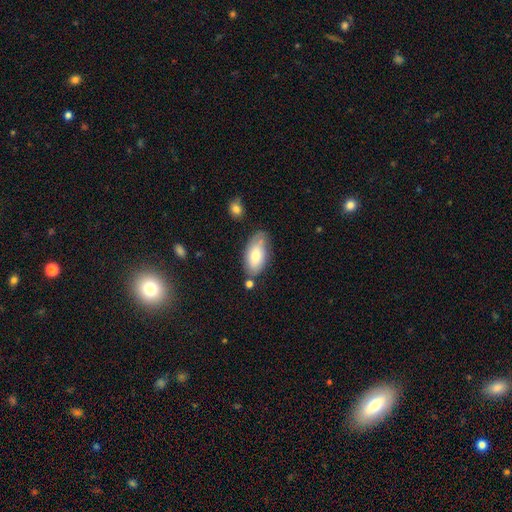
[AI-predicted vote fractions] Smooth or featured? smooth (79%)
How rounded? in between (93%)
Merging? none (66%)